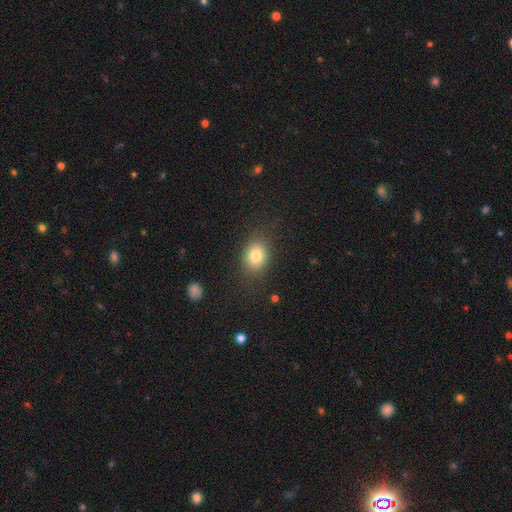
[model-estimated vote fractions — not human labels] smooth_or_featured: smooth (p=0.80) [alt: star or artifact p=0.10]
how_rounded: in between (p=0.55) [alt: round p=0.44]
merging: none (p=0.81) [alt: minor disturbance p=0.12]